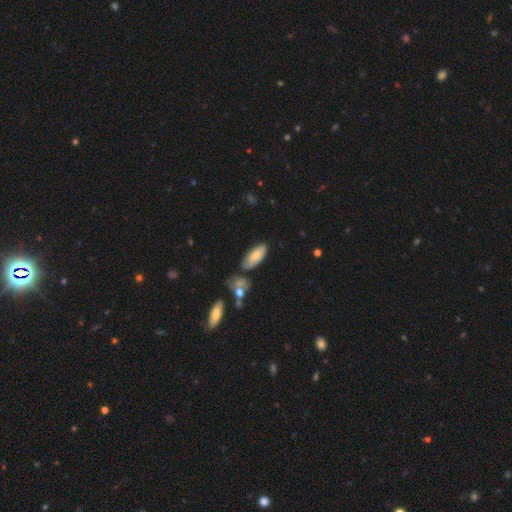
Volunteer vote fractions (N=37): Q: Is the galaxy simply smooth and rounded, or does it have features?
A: smooth — 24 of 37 (65%).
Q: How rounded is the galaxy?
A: in between — 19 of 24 (79%).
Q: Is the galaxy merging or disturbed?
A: none — 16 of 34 (47%).